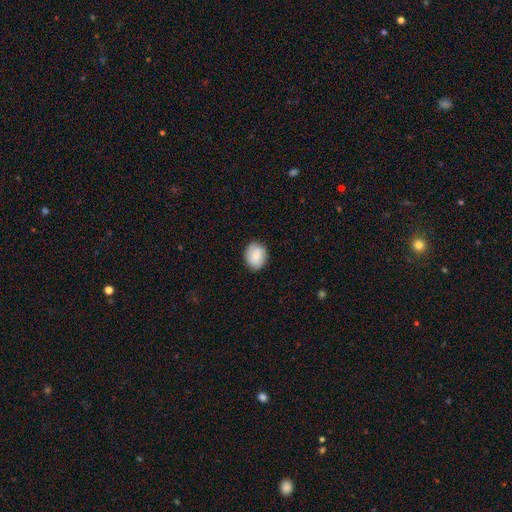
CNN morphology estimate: smooth_or_featured: smooth (p=0.82) [alt: featured or disk p=0.11]
how_rounded: round (p=0.62) [alt: in between p=0.37]
merging: none (p=0.85) [alt: minor disturbance p=0.11]